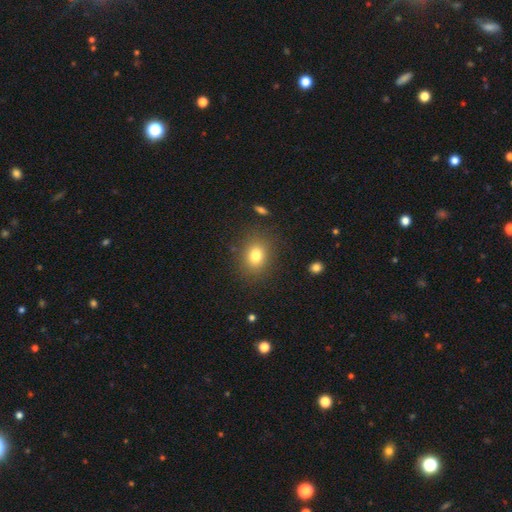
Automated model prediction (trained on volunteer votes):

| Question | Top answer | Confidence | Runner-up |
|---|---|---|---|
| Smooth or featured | smooth | 79% | star or artifact (12%) |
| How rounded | round | 49% | tied: in between (49%) |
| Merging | none | 84% | minor disturbance (10%) |